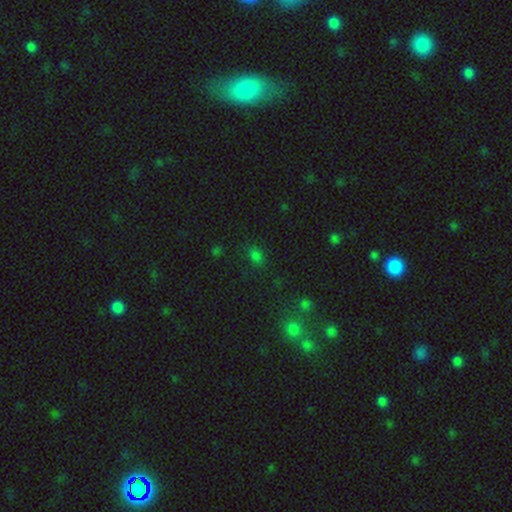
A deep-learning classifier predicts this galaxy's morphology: Smooth or featured? Predicted: smooth (p=0.66). How rounded? Predicted: in between (p=0.75). Merging? Predicted: none (p=0.74).